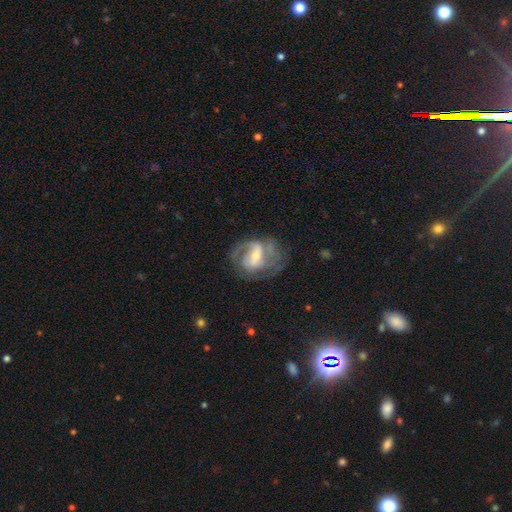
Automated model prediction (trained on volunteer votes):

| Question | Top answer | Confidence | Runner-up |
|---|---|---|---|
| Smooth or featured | featured or disk | 81% | smooth (13%) |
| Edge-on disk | no | 97% | yes (3%) |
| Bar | weak | 45% | strong (36%) |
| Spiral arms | yes | 89% | no (11%) |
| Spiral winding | medium | 47% | tight (32%) |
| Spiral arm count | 2 | 53% | can't tell (19%) |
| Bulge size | moderate | 46% | small (45%) |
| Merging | none | 58% | minor disturbance (20%) |